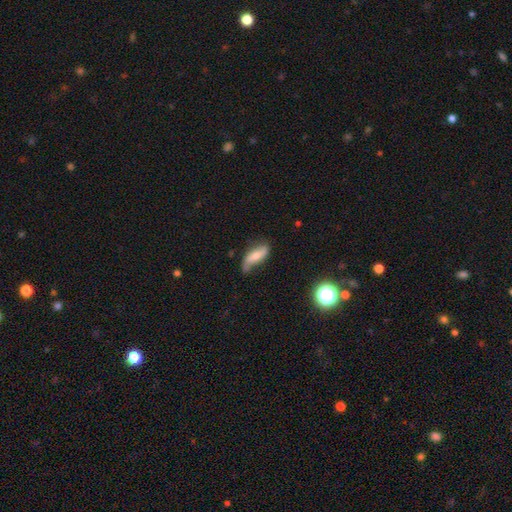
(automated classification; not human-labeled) A smooth galaxy with no disk features (51%) that is in between round and cigar-shaped (64%). Merging: none (48%).